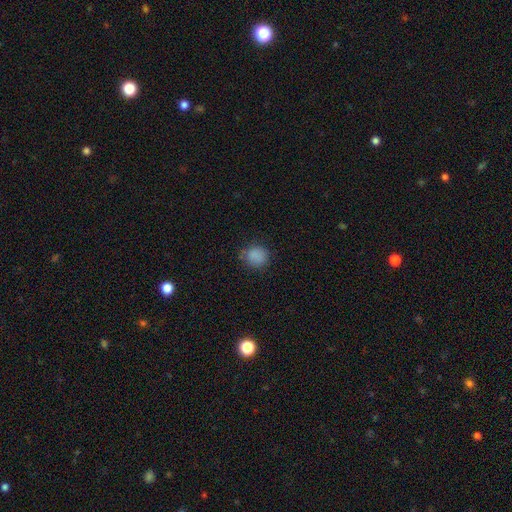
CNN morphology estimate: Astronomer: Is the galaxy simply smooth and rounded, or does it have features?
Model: smooth — 85%.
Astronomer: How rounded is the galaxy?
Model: round — 80%.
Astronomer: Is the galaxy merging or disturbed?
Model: none — 79%.